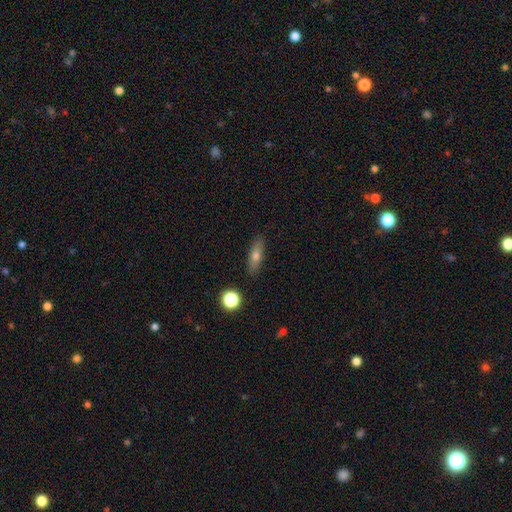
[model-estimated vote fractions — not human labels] A smooth galaxy with no disk features (63%) that is cigar-shaped (50%). Merging: none (88%).